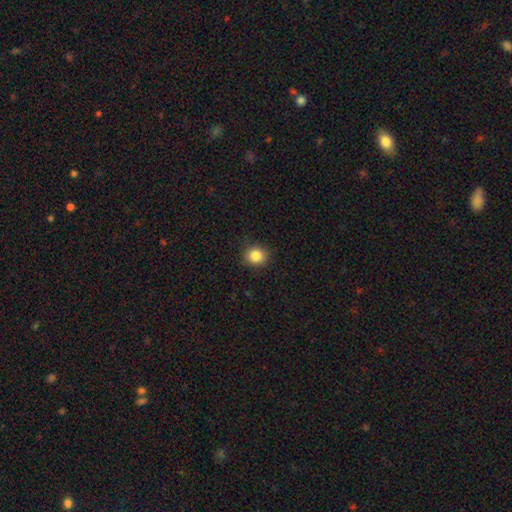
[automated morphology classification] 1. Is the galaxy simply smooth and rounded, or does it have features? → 86% smooth, 10% star or artifact, 4% featured or disk.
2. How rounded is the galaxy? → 82% round, 17% in between, 1% cigar-shaped.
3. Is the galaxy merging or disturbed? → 88% none, 9% minor disturbance, 2% major disturbance, 1% merger.